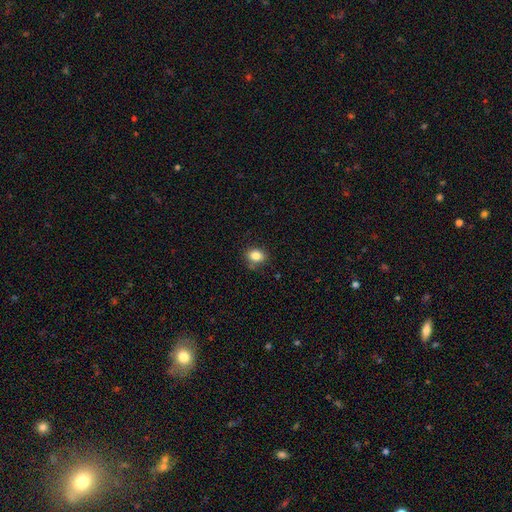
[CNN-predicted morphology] smooth 84%, star or artifact 10%, featured or disk 6%. Down the decision tree: how rounded — in between (58%); merging — none (80%).